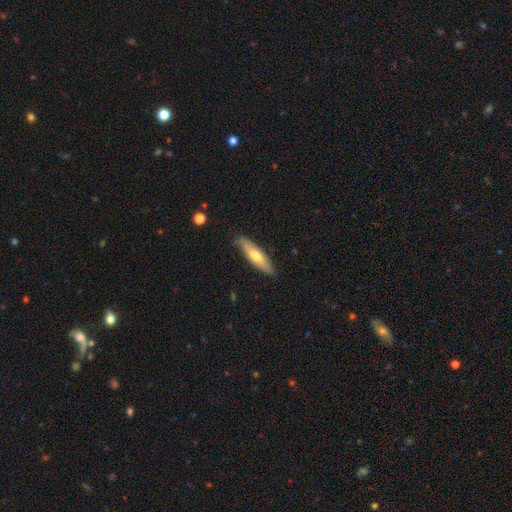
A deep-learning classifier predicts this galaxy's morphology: A smooth galaxy with no disk features (56%) that is cigar-shaped (71%).

Vote fractions:
- Smooth or featured? smooth: 56% / featured or disk: 38% / star or artifact: 5%
- How rounded? cigar-shaped: 71% / in between: 27% / round: 2%
- Merging? none: 84% / minor disturbance: 12% / major disturbance: 2% / merger: 1%